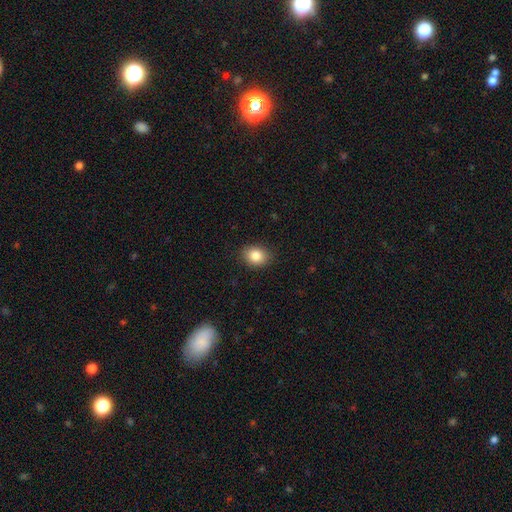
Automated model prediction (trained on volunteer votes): smooth_or_featured: smooth (p=0.85) [alt: star or artifact p=0.09]
how_rounded: round (p=0.50) [alt: in between p=0.49]
merging: none (p=0.87) [alt: minor disturbance p=0.09]